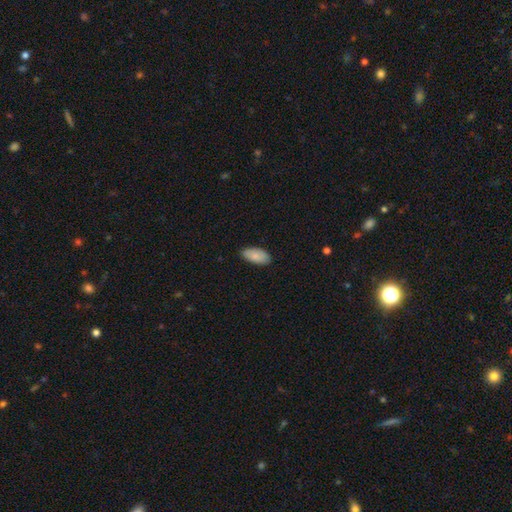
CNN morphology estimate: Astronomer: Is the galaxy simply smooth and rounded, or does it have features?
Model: smooth — 84%.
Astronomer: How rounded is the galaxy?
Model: in between — 94%.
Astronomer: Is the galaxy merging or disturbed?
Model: none — 83%.